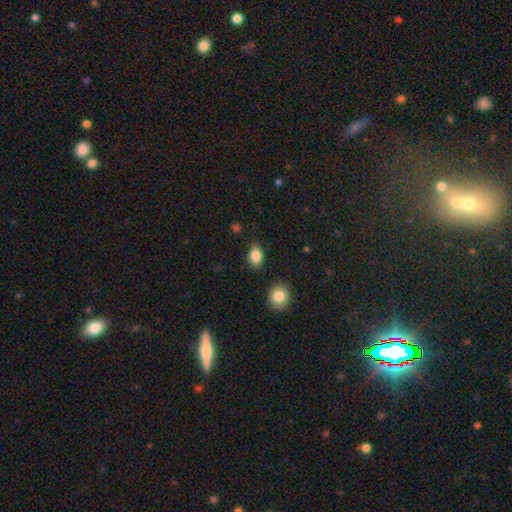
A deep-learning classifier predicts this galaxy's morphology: Q: Smooth or featured?
A: smooth (86%); runner-up: star or artifact (9%)
Q: How rounded?
A: in between (76%); runner-up: round (23%)
Q: Merging?
A: none (82%); runner-up: minor disturbance (13%)